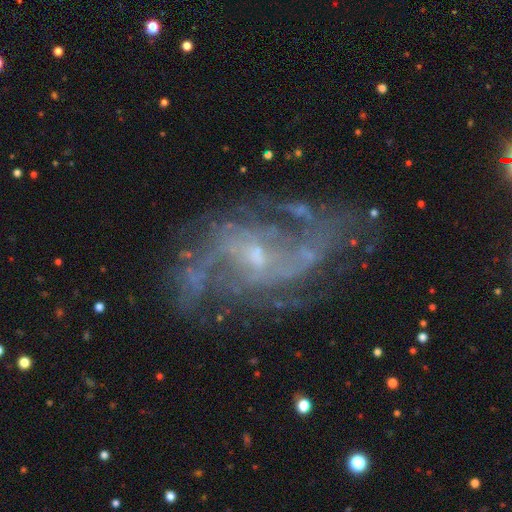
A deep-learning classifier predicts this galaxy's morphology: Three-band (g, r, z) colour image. It shows a featured or disk galaxy (88%) with a weak bar (48%), 2 (50%) medium (45%) spiral arms (92%) and a small central bulge (66%). Merging: none (60%).